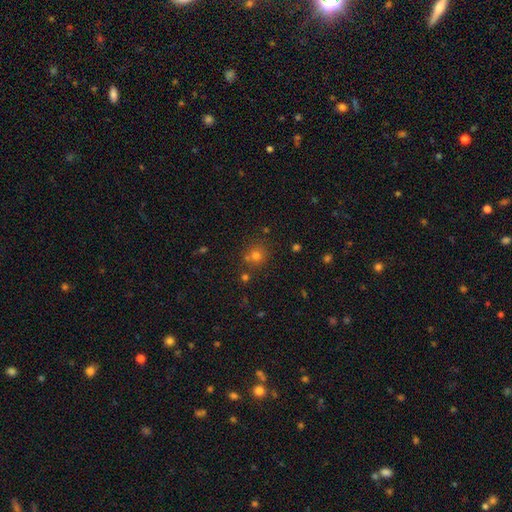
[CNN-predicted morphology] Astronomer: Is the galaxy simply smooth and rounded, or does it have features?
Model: smooth — 68%.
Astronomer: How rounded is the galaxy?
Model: round — 89%.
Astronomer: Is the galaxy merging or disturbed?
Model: none — 72%.